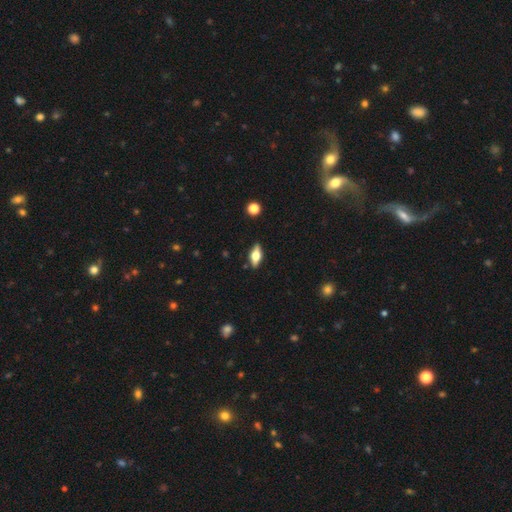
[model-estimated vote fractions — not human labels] Smooth or featured? featured or disk (47%)
Merging? none (87%)